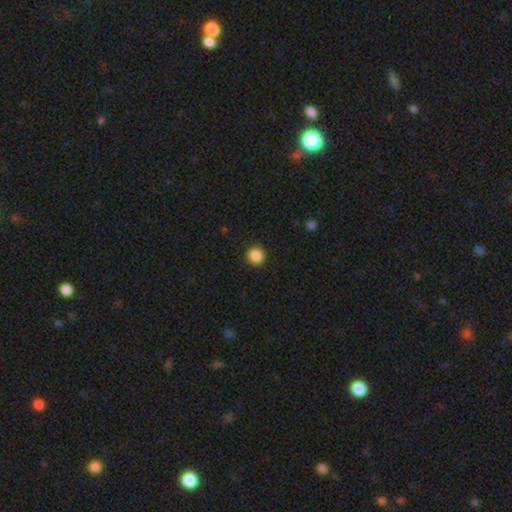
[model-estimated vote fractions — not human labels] A smooth galaxy with no disk features (88%) that is round (95%).

Vote fractions:
- Smooth or featured? smooth: 88% / star or artifact: 10% / featured or disk: 2%
- How rounded? round: 95% / in between: 4% / cigar-shaped: 1%
- Merging? none: 92% / minor disturbance: 5% / major disturbance: 2% / merger: 1%